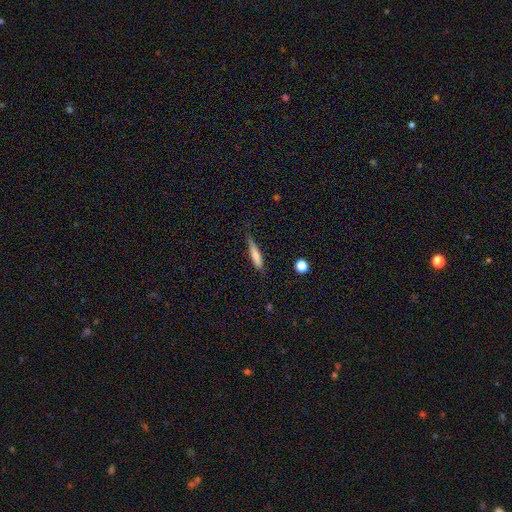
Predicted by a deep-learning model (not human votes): Smooth or featured? Predicted: smooth (p=0.75). How rounded? Predicted: cigar-shaped (p=0.86). Merging? Predicted: none (p=0.67).